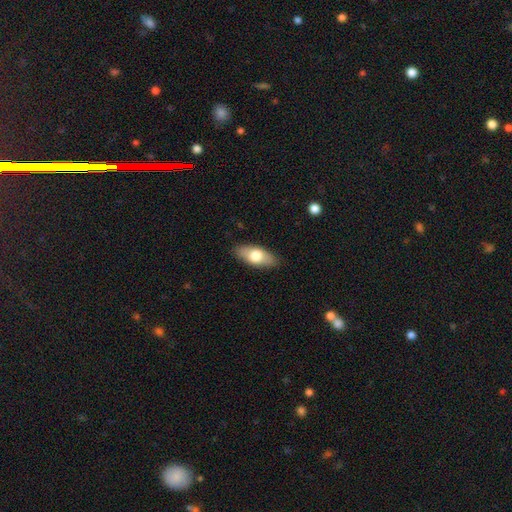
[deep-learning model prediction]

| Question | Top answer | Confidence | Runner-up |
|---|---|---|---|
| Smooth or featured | smooth | 70% | featured or disk (25%) |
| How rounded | in between | 85% | cigar-shaped (12%) |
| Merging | none | 87% | minor disturbance (10%) |